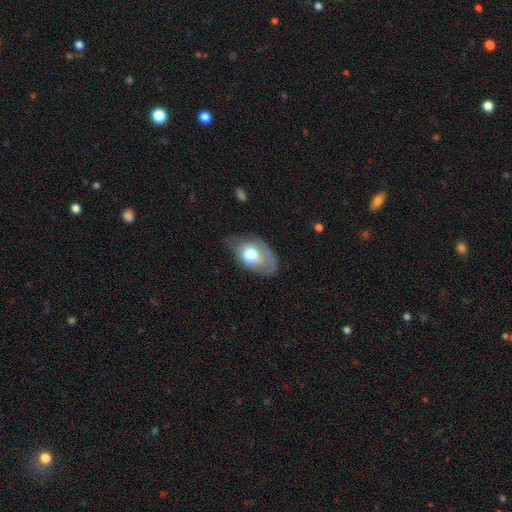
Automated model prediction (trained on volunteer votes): A smooth galaxy with no disk features (52%) that is in between round and cigar-shaped (84%). Merging: none (56%).